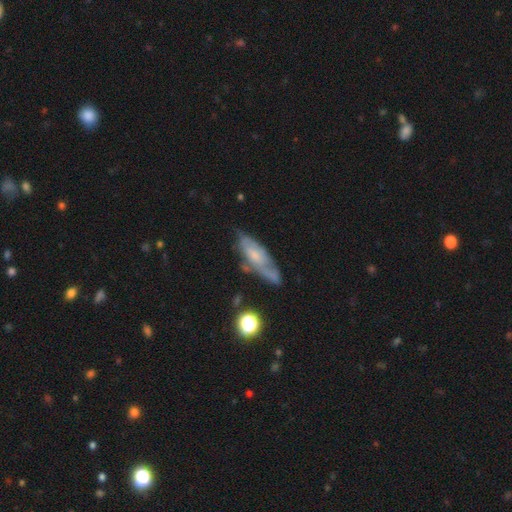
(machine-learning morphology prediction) A featured or disk galaxy (59%). Merging: none (55%).